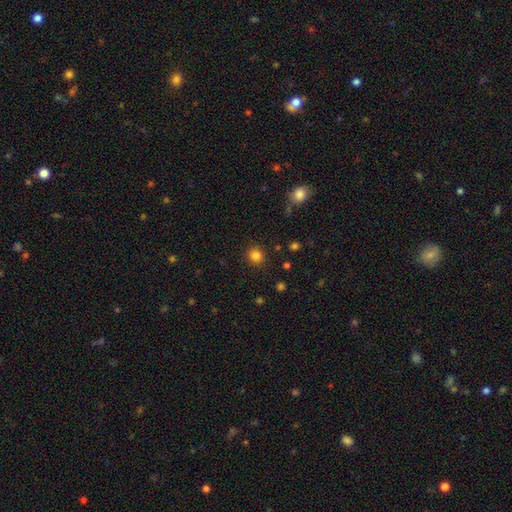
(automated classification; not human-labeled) A smooth galaxy with no disk features (84%) that is round (89%). Merging: none (89%).